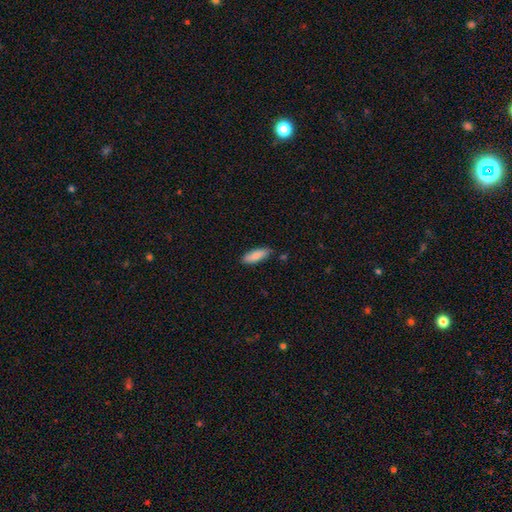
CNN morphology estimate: This appears to be a smooth galaxy with no disk features (86%) that is in between round and cigar-shaped (61%). Merging: none (83%).